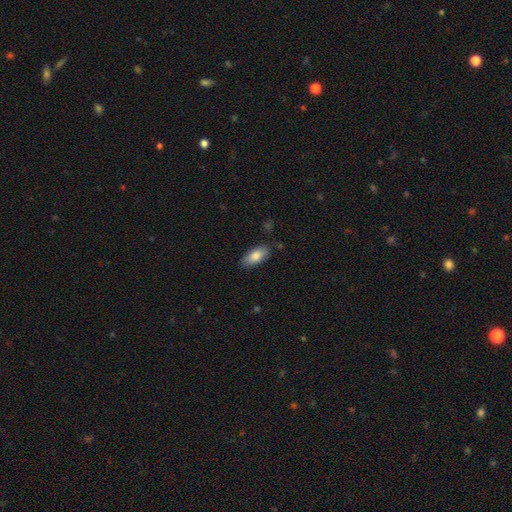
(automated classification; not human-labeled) Smooth or featured? Predicted: smooth (p=0.83). How rounded? Predicted: in between (p=0.87). Merging? Predicted: none (p=0.84).